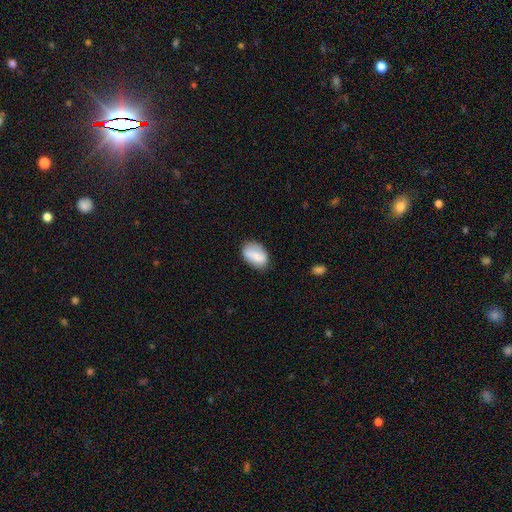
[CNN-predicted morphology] smooth 76%, featured or disk 17%, star or artifact 7%. Down the decision tree: how rounded — in between (89%); merging — none (71%).